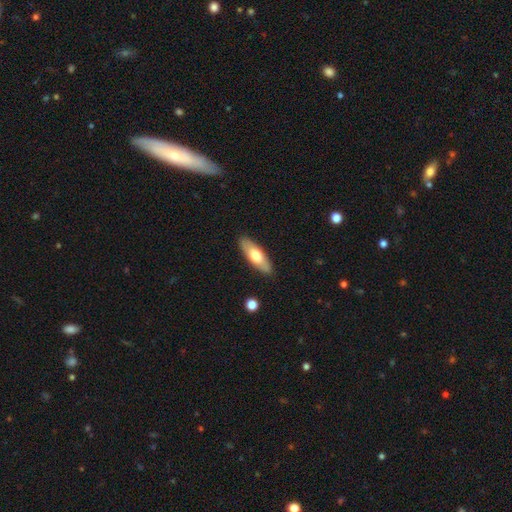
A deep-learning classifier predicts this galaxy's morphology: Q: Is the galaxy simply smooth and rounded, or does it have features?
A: smooth — 63%.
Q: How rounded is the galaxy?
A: in between — 62%.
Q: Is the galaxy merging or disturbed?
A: none — 88%.